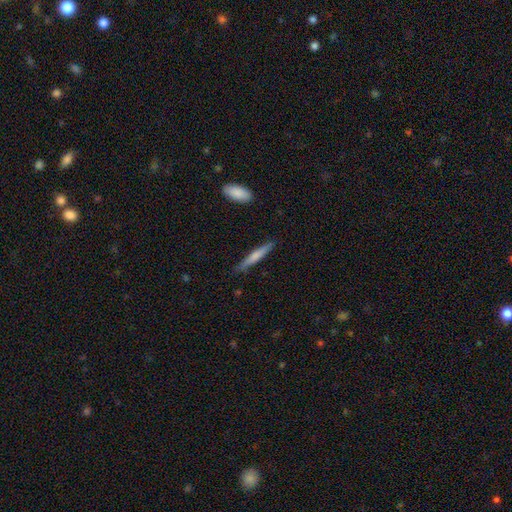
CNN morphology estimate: This appears to be a smooth galaxy with no disk features (63%) that is cigar-shaped (94%). Merging: none (85%).